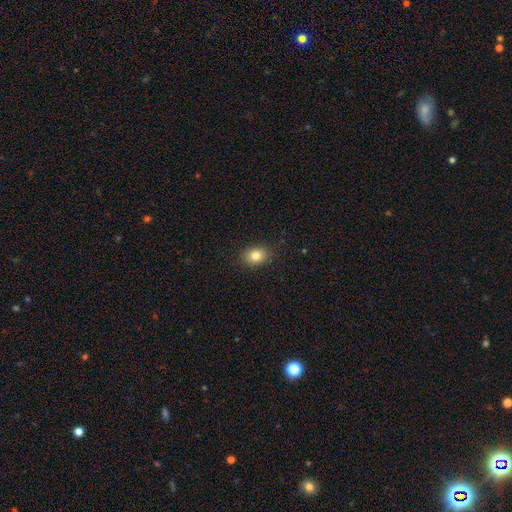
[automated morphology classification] The model was most divided on "how rounded": in between: 60%, round: 39%, cigar-shaped: 1%. More confident: merging — none (88%); smooth or featured — smooth (82%).